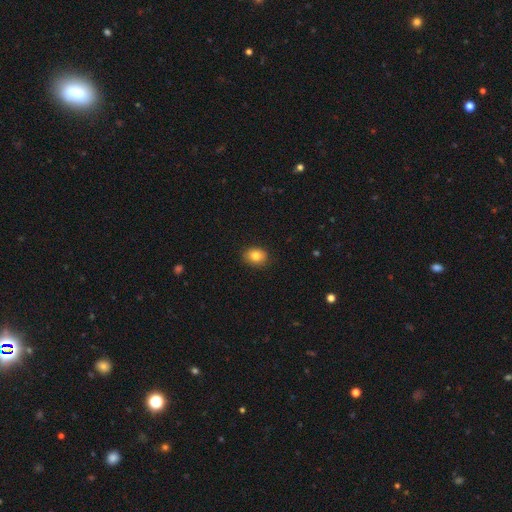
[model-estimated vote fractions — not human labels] This is clearly a smooth galaxy (83%). How rounded: possibly in between (54%). Merging: clearly none (87%).